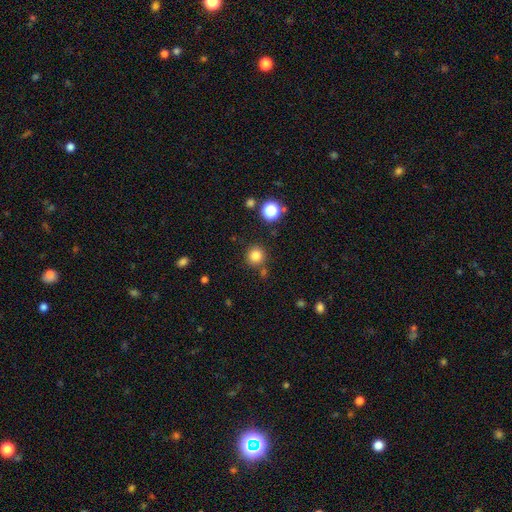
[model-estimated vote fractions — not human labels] Smooth or featured? smooth (81%)
How rounded? round (94%)
Merging? none (84%)